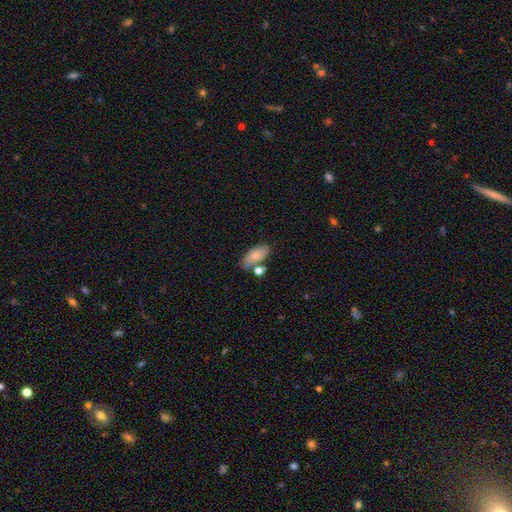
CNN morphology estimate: Smooth or featured? smooth (74%)
How rounded? in between (89%)
Merging? none (64%)